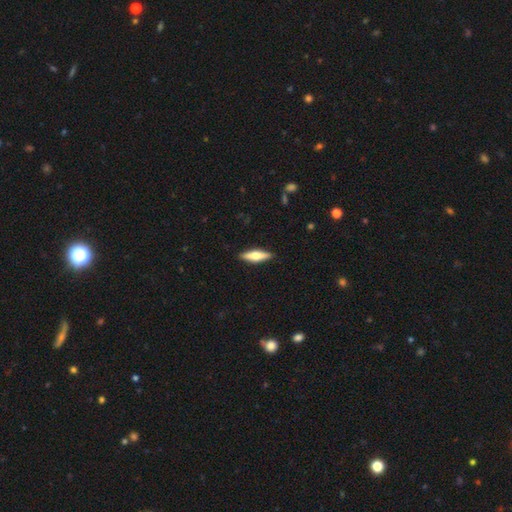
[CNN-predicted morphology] Smooth or featured: smooth — 53% (featured or disk — 42%)
How rounded: cigar-shaped — 62% (in between — 35%)
Merging: none — 90% (minor disturbance — 8%)